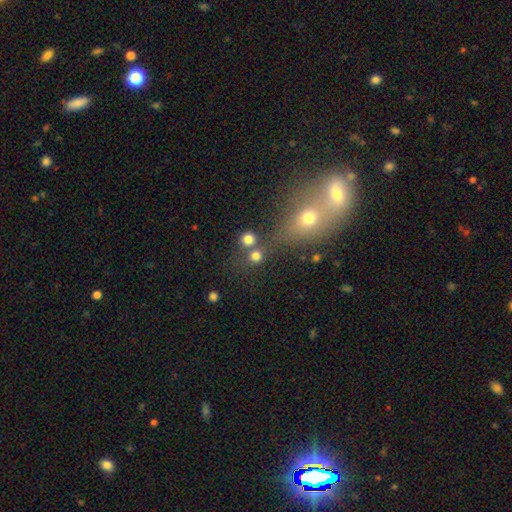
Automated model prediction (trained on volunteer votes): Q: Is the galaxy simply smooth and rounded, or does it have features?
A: smooth — 76%.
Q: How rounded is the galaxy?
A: round — 89%.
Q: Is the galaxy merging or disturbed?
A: none — 63%.